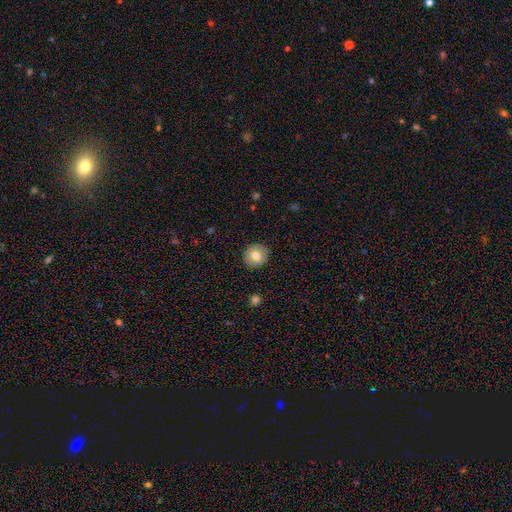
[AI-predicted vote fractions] The model was most divided on "smooth or featured": smooth: 77%, featured or disk: 15%, star or artifact: 8%. More confident: merging — none (91%); how rounded — round (90%).